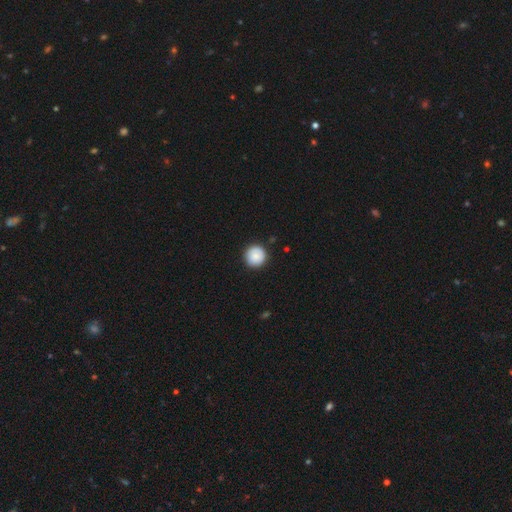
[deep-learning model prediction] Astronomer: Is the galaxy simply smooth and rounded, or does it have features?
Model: smooth — 83%.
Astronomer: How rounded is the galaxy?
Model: round — 96%.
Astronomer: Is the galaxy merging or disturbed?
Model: none — 89%.